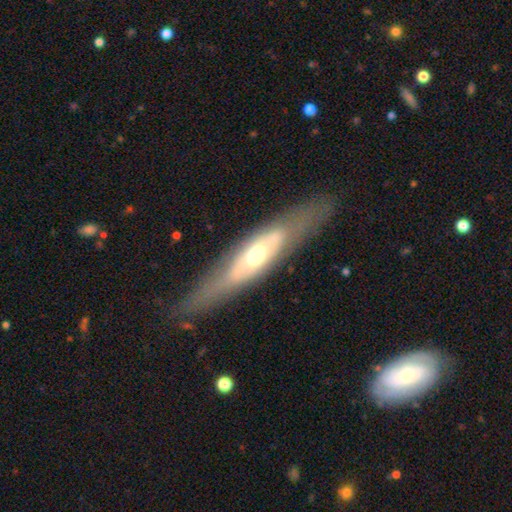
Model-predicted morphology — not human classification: smooth_or_featured: featured or disk (p=0.62) [alt: smooth p=0.32]
disk_edge_on: yes (p=0.56) [alt: no p=0.44]
merging: none (p=0.80) [alt: minor disturbance p=0.13]